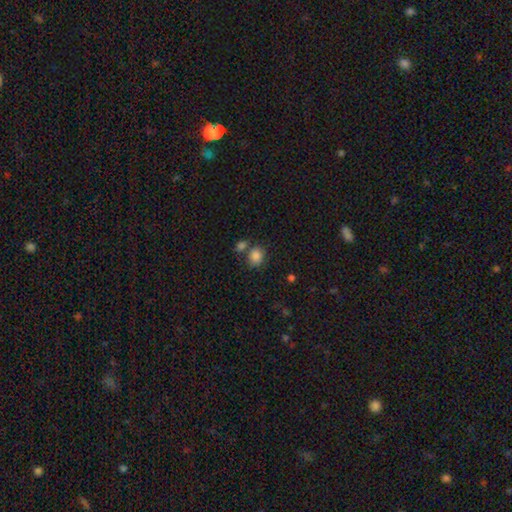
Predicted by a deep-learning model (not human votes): Morphology: type=smooth (85%); roundness=round (55%); merging=none (59%).